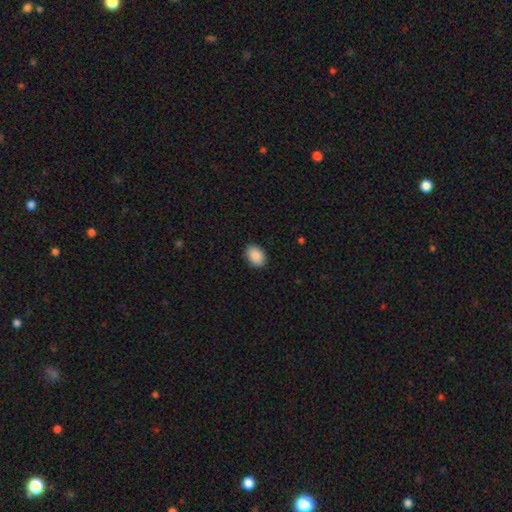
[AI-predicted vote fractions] Smooth or featured?
  - smooth: 89% *
  - star or artifact: 7%
  - featured or disk: 4%
How rounded?
  - in between: 75% *
  - round: 24%
  - cigar-shaped: 1%
Merging?
  - none: 89% *
  - minor disturbance: 8%
  - major disturbance: 2%
  - merger: 1%